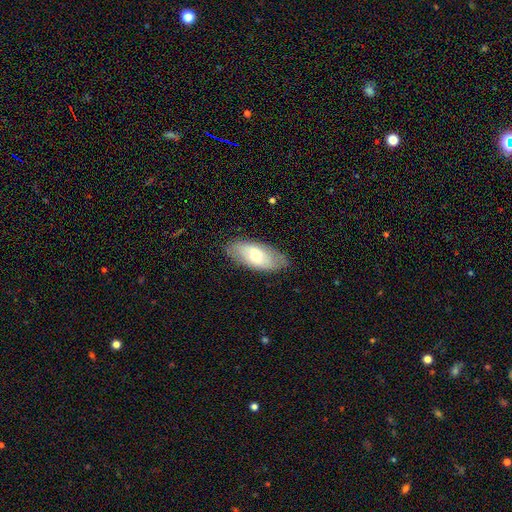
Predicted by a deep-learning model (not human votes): A smooth galaxy with no disk features (57%) that is in between round and cigar-shaped (88%).

Vote fractions:
- Smooth or featured? smooth: 57% / featured or disk: 37% / star or artifact: 6%
- How rounded? in between: 88% / cigar-shaped: 9% / round: 3%
- Merging? none: 82% / minor disturbance: 14% / major disturbance: 3% / merger: 1%